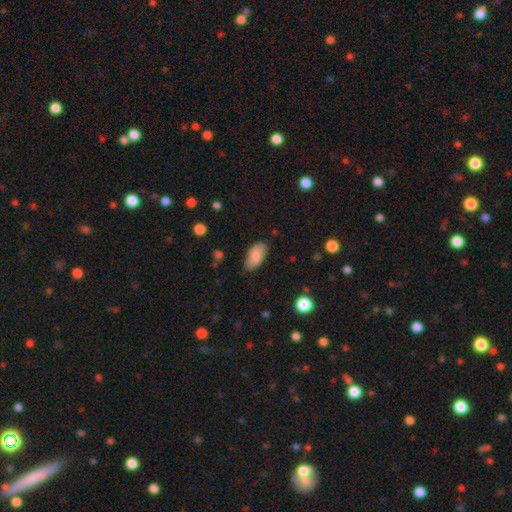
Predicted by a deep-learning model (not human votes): Smooth or featured: smooth — 82% (featured or disk — 11%)
How rounded: in between — 93% (cigar-shaped — 4%)
Merging: none — 80% (minor disturbance — 16%)